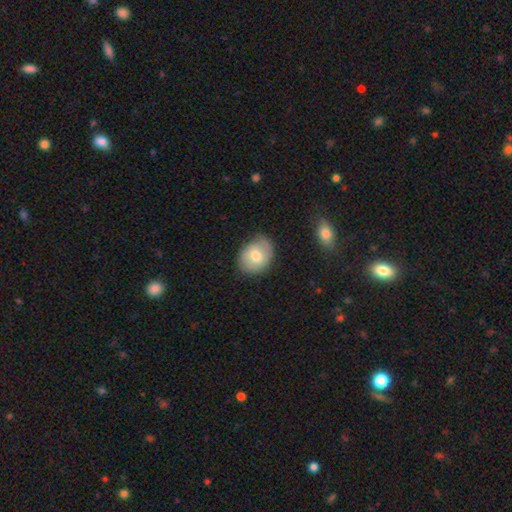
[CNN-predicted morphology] A smooth galaxy with no disk features (63%) that is in between round and cigar-shaped (56%). Merging: none (73%).